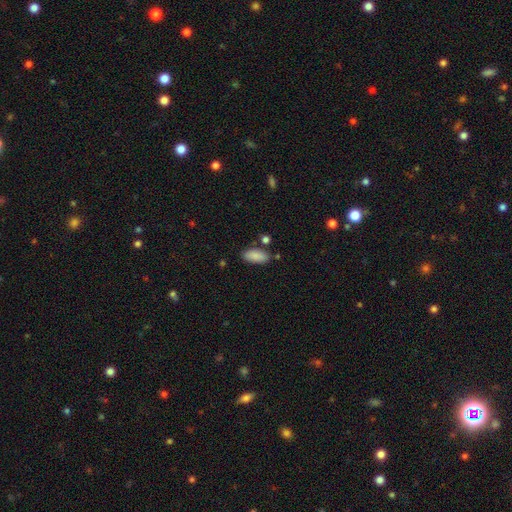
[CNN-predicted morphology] This appears to be a smooth galaxy with no disk features (88%) that is in between round and cigar-shaped (89%). Merging: none (79%).